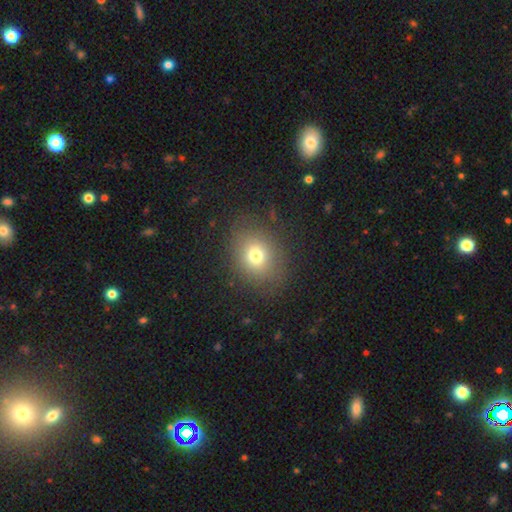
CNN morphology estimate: The model was most divided on "how rounded": round: 60%, in between: 39%, cigar-shaped: 1%. More confident: merging — none (82%); smooth or featured — smooth (73%).